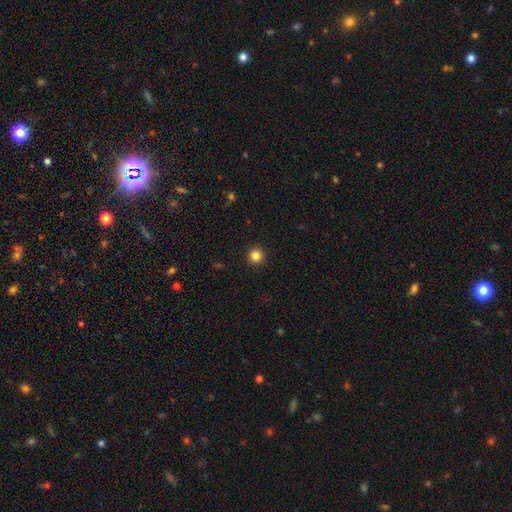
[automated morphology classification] Smooth or featured?
  - smooth: 84% *
  - star or artifact: 12%
  - featured or disk: 4%
How rounded?
  - round: 96% *
  - in between: 3%
  - cigar-shaped: 1%
Merging?
  - none: 94% *
  - minor disturbance: 4%
  - major disturbance: 2%
  - merger: 1%